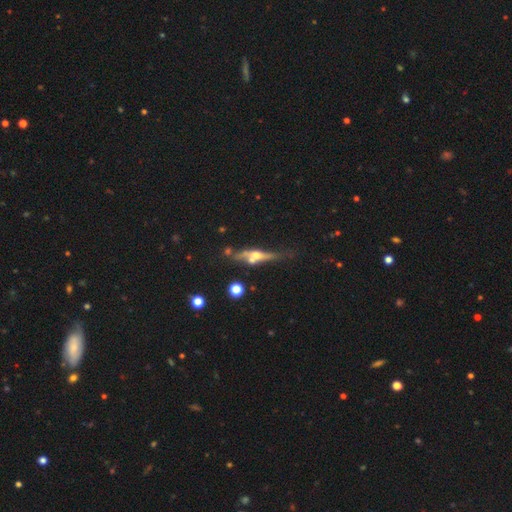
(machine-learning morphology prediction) This appears to be a featured or disk galaxy (68%) viewed edge-on (86%) with a rounded central bulge (91%). Merging: none (52%).